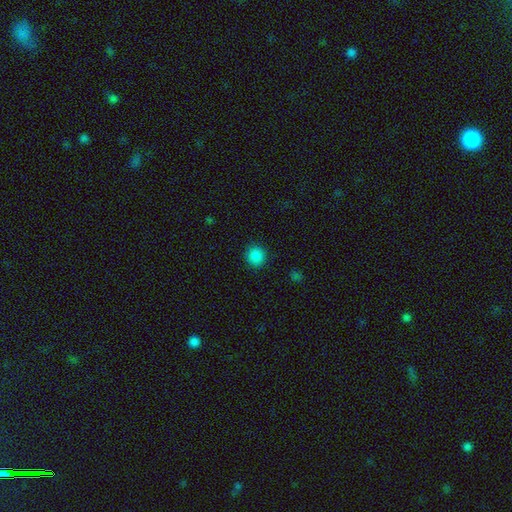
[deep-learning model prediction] This appears to be a smooth galaxy with no disk features (86%) that is round (91%). Merging: none (91%).